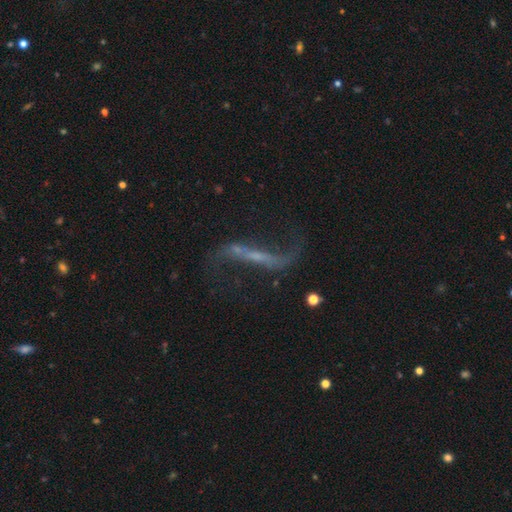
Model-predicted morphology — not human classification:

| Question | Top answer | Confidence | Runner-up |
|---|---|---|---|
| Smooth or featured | featured or disk | 83% | star or artifact (9%) |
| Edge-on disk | no | 79% | yes (21%) |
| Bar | strong | 55% | weak (27%) |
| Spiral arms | yes | 91% | no (9%) |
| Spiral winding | loose | 91% | medium (6%) |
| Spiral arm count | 2 | 92% | 1 (3%) |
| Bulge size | small | 51% | none (36%) |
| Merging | none | 68% | major disturbance (14%) |